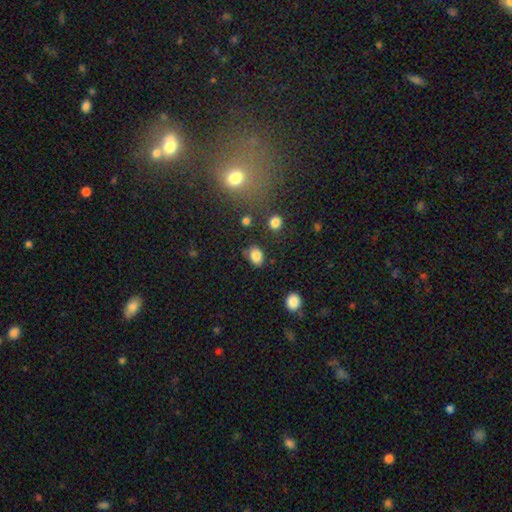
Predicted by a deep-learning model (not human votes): Overall: smooth (84%). How rounded: in between (70%). Merging: none (75%).